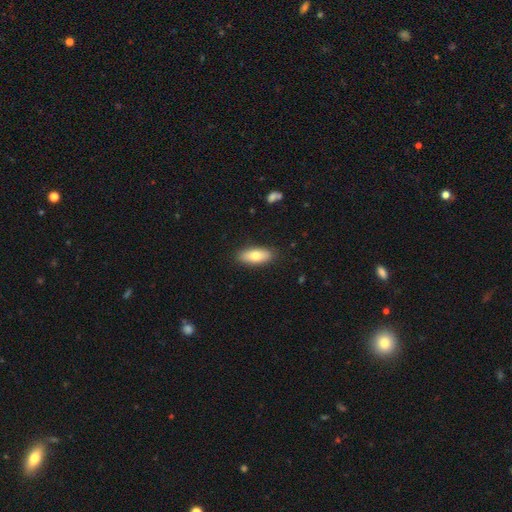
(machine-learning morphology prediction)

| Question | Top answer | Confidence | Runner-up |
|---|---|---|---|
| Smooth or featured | smooth | 77% | featured or disk (17%) |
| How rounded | in between | 79% | cigar-shaped (18%) |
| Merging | none | 87% | minor disturbance (9%) |